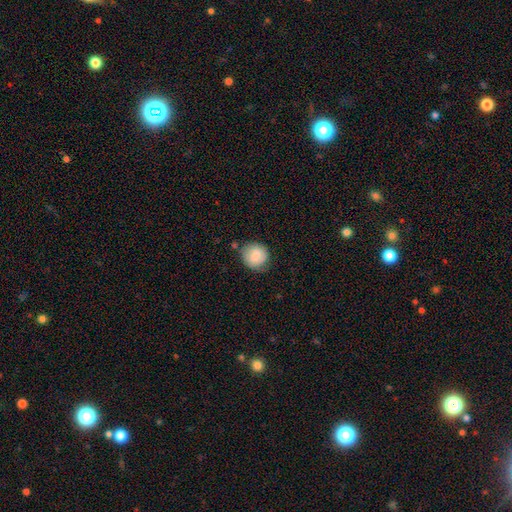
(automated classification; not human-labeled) smooth 83%, featured or disk 10%, star or artifact 7%. Down the decision tree: how rounded — round (89%); merging — none (72%).